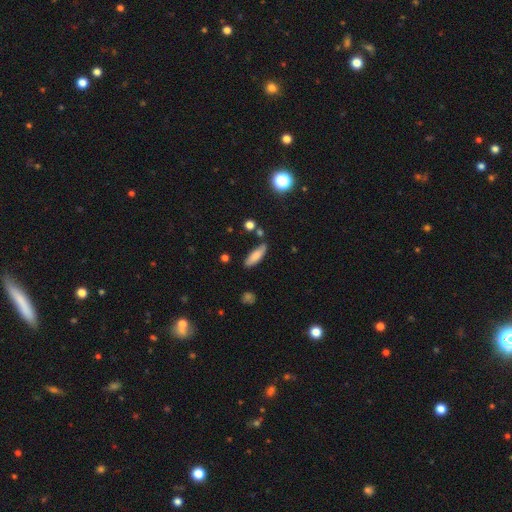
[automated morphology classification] type=smooth (80%); roundness=in between (52%); merging=none (77%).